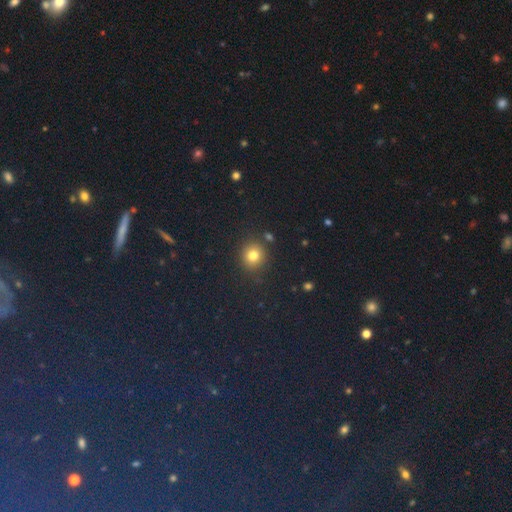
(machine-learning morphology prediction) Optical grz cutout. It shows a smooth galaxy with no disk features (74%) that is round (90%). Merging: none (87%).